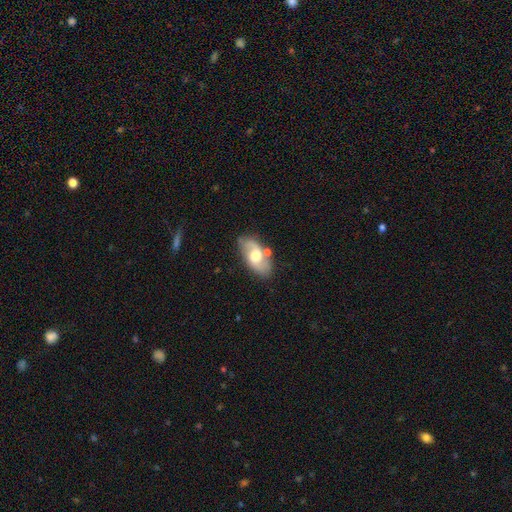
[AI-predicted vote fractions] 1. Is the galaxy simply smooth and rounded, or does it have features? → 57% featured or disk, 37% smooth, 6% star or artifact.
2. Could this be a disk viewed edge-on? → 91% no, 9% yes.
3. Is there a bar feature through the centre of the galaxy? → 55% no, 37% weak, 9% strong.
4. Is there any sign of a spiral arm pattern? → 74% yes, 26% no.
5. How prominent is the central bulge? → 68% moderate, 20% large, 10% small, 1% dominant, 1% none.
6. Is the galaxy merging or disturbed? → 69% none, 18% minor disturbance, 7% merger, 5% major disturbance.